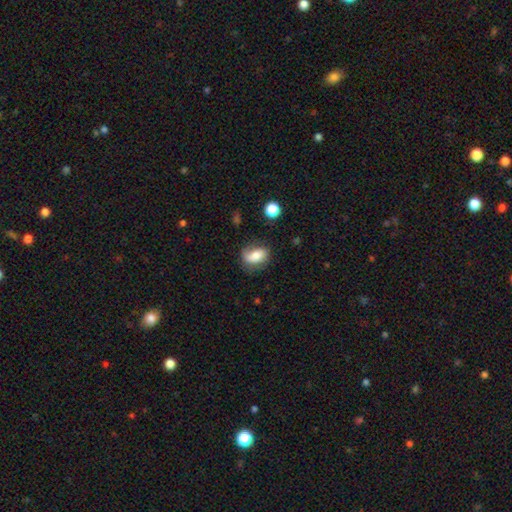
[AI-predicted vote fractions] This appears to be a smooth galaxy with no disk features (61%) that is in between round and cigar-shaped (78%). Merging: none (60%).